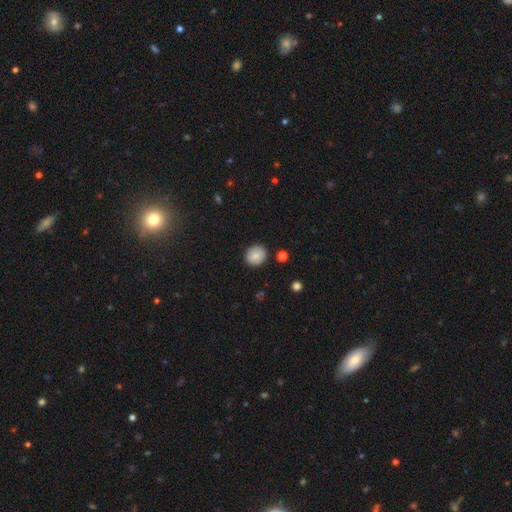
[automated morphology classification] smooth_or_featured: smooth (p=0.85) [alt: star or artifact p=0.08]
how_rounded: round (p=0.82) [alt: in between p=0.18]
merging: none (p=0.88) [alt: minor disturbance p=0.08]